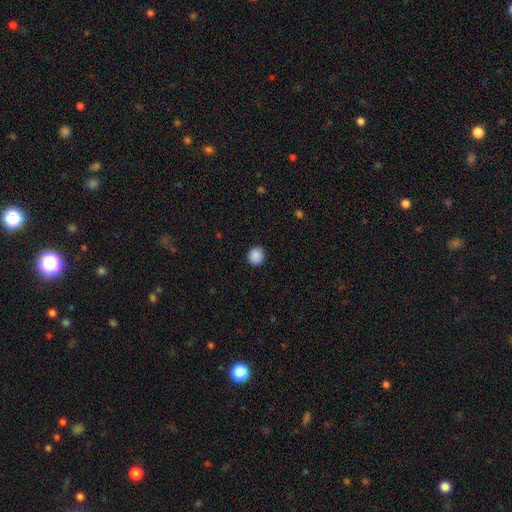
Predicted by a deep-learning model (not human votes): Smooth or featured?
  - smooth: 89% *
  - star or artifact: 9%
  - featured or disk: 2%
How rounded?
  - round: 92% *
  - in between: 7%
  - cigar-shaped: 1%
Merging?
  - none: 92% *
  - minor disturbance: 5%
  - major disturbance: 2%
  - merger: 1%